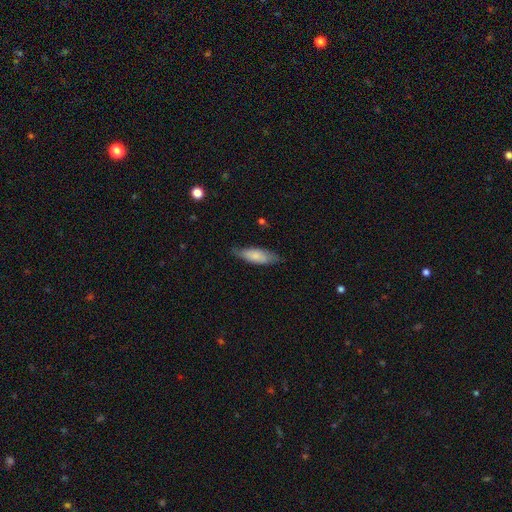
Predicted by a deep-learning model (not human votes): Overall: smooth (73%). How rounded: in between (58%; cigar-shaped 40%). Merging: none (71%).